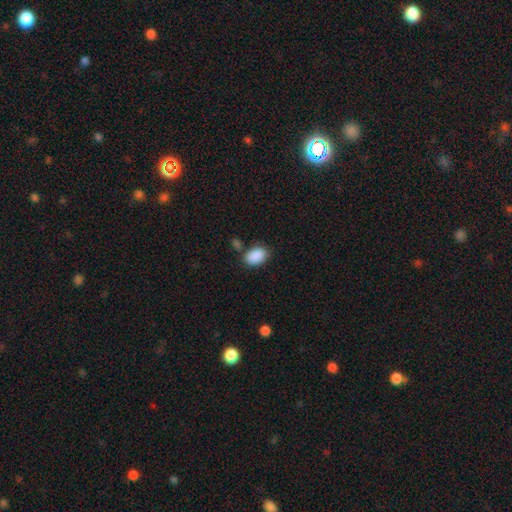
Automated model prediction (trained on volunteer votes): A smooth galaxy with no disk features (89%) that is in between round and cigar-shaped (87%).

Vote fractions:
- Smooth or featured? smooth: 89% / star or artifact: 7% / featured or disk: 3%
- How rounded? in between: 87% / round: 12% / cigar-shaped: 1%
- Merging? none: 74% / minor disturbance: 14% / merger: 8% / major disturbance: 4%